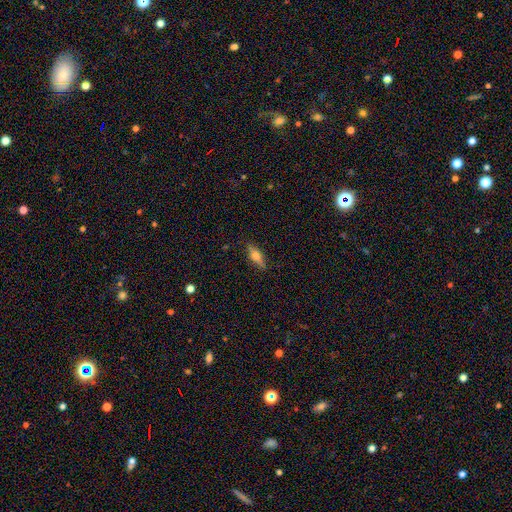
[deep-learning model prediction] smooth 56%, featured or disk 36%, star or artifact 8%. Down the decision tree: how rounded — in between (52%); merging — none (85%).